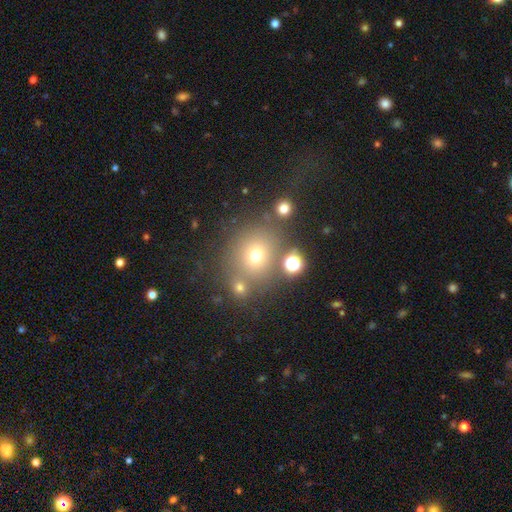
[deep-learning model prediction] The model was most divided on "smooth or featured": smooth: 65%, star or artifact: 22%, featured or disk: 13%. More confident: how rounded — round (81%); merging — none (70%).